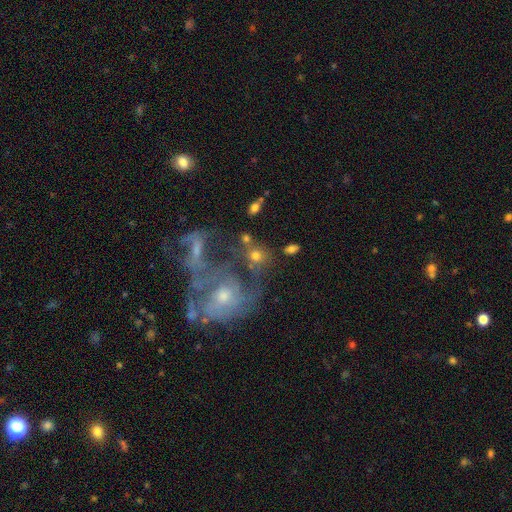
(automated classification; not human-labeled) Q: Smooth or featured?
A: smooth (57%); runner-up: featured or disk (30%)
Q: How rounded?
A: round (64%); runner-up: in between (33%)
Q: Merging?
A: none (46%); runner-up: merger (28%)